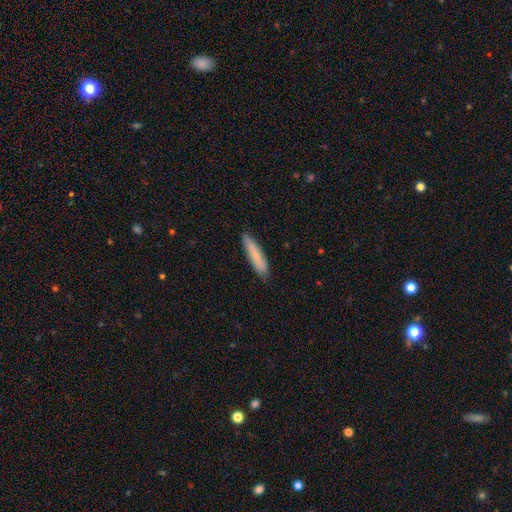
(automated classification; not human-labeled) Morphology: type=smooth (76%); roundness=cigar-shaped (88%); merging=none (85%).